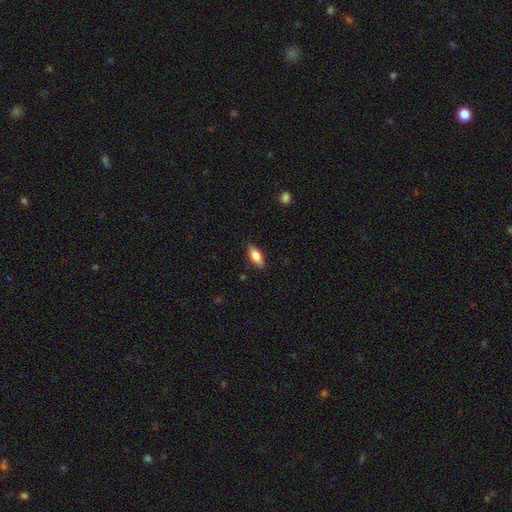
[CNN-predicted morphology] Smooth or featured? Predicted: smooth (p=0.76). How rounded? Predicted: in between (p=0.76). Merging? Predicted: none (p=0.87).